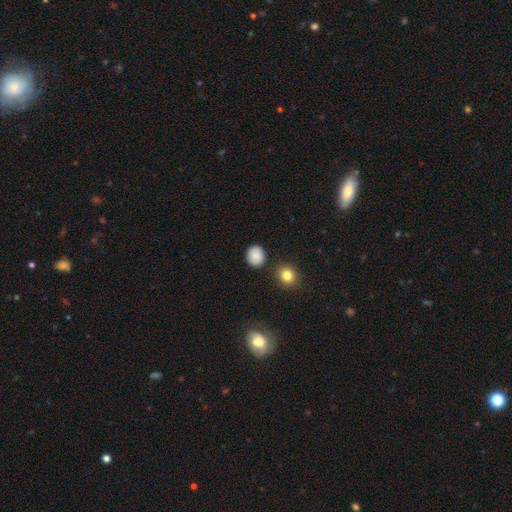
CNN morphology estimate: smooth 85%, star or artifact 9%, featured or disk 6%. Down the decision tree: how rounded — round (80%); merging — none (85%).